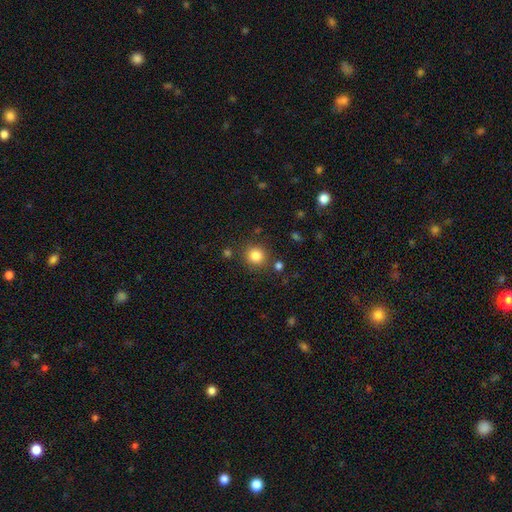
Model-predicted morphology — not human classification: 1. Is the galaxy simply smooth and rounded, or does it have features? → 83% smooth, 12% star or artifact, 5% featured or disk.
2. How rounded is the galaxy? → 90% round, 9% in between, 1% cigar-shaped.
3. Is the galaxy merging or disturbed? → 84% none, 8% minor disturbance, 5% merger, 3% major disturbance.